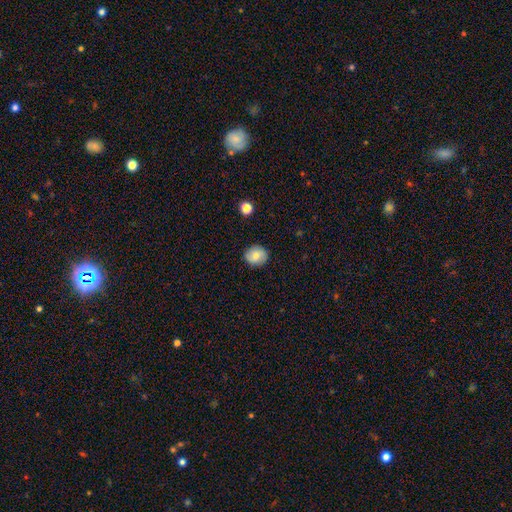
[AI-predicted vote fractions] Overall: smooth (67%). How rounded: round (79%). Merging: none (87%).